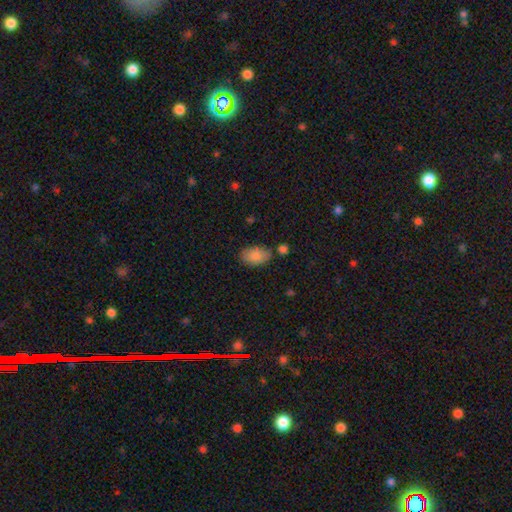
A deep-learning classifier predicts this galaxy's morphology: A smooth galaxy with no disk features (85%) that is in between round and cigar-shaped (92%). Merging: none (72%).